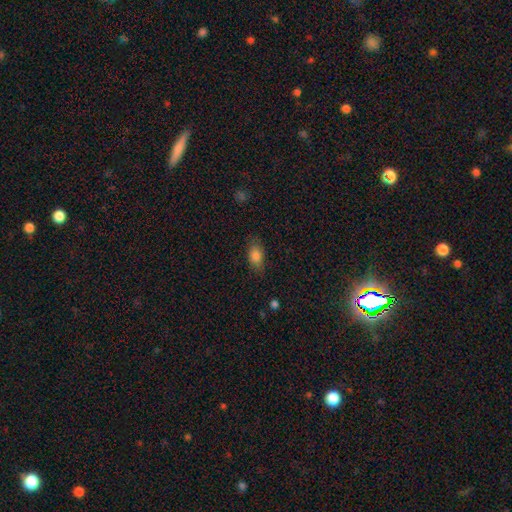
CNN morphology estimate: smooth_or_featured: smooth (p=0.83) [alt: star or artifact p=0.09]
how_rounded: in between (p=0.87) [alt: round p=0.08]
merging: none (p=0.78) [alt: minor disturbance p=0.17]